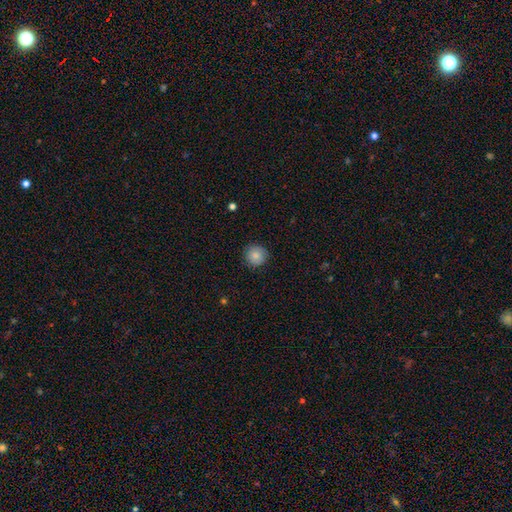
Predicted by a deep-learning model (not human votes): Morphology: type=smooth (85%); roundness=round (94%); merging=none (88%).